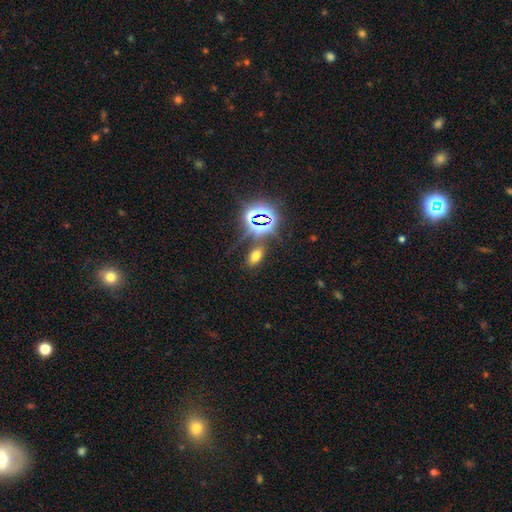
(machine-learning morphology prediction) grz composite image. It shows a smooth galaxy with no disk features (55%) that is in between round and cigar-shaped (88%). Merging: none (78%).